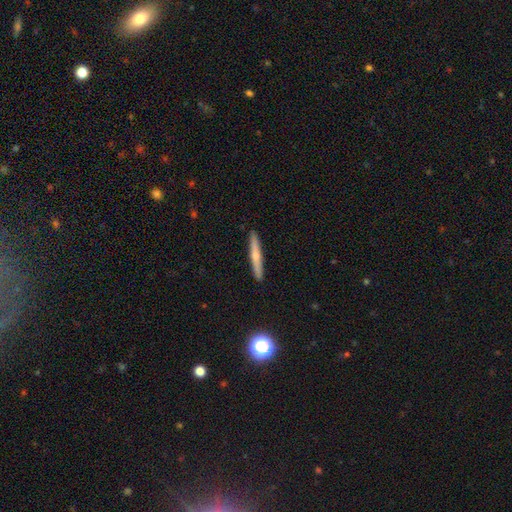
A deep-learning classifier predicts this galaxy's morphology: A smooth galaxy with no disk features (50%) that is cigar-shaped (95%).

Vote fractions:
- Smooth or featured? smooth: 50% / featured or disk: 43% / star or artifact: 6%
- How rounded? cigar-shaped: 95% / in between: 3% / round: 1%
- Merging? none: 91% / minor disturbance: 6% / major disturbance: 1% / merger: 1%